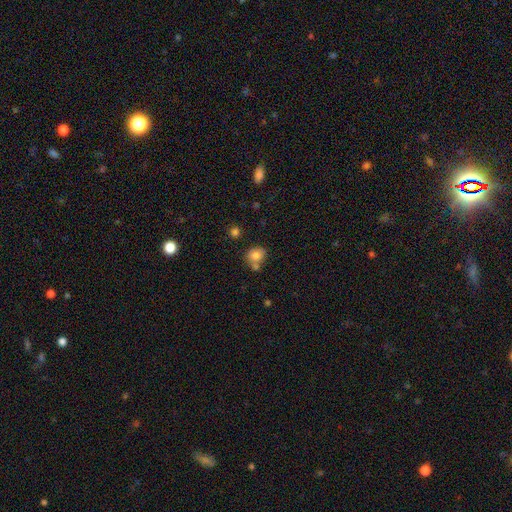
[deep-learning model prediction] Smooth or featured?
  - smooth: 81% *
  - star or artifact: 10%
  - featured or disk: 9%
How rounded?
  - round: 53% *
  - in between: 46%
  - cigar-shaped: 1%
Merging?
  - none: 52% *
  - merger: 27%
  - minor disturbance: 15%
  - major disturbance: 5%